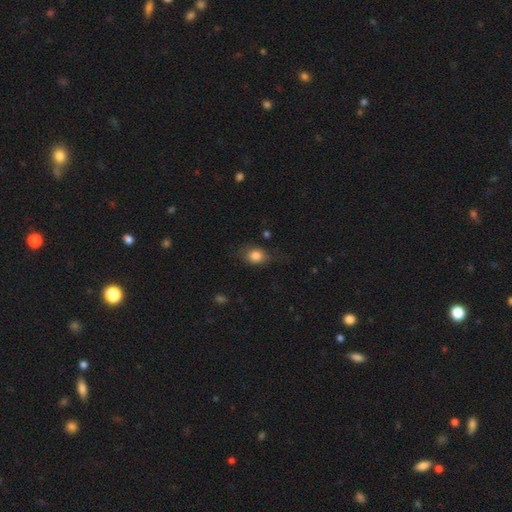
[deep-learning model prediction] This is clearly a smooth galaxy (81%). How rounded: possibly in between (53%). Merging: likely none (66%).